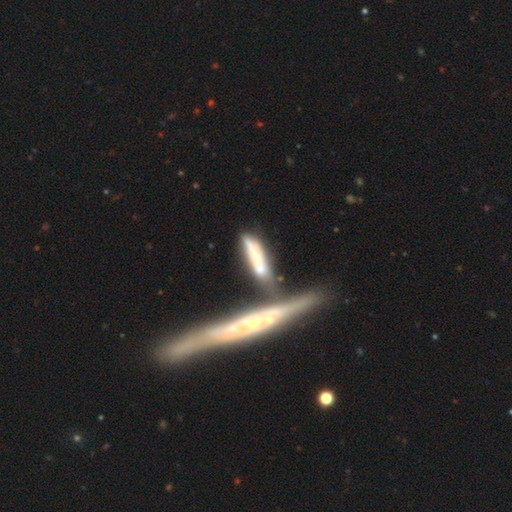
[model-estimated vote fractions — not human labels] This is possibly a smooth galaxy (51%). How rounded: likely cigar-shaped (80%). Merging: marginally merger (41%).